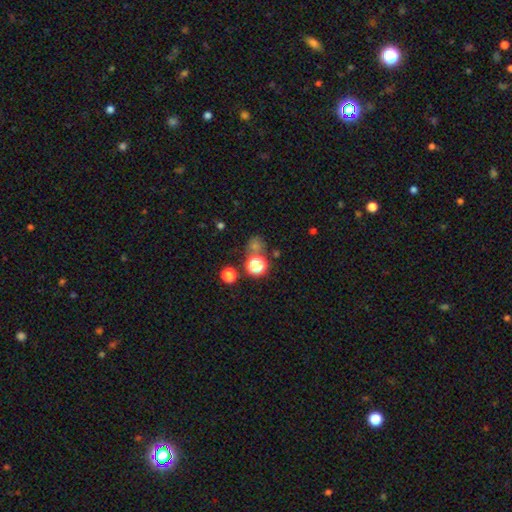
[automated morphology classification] Overall: star or artifact (46%; smooth 42%).